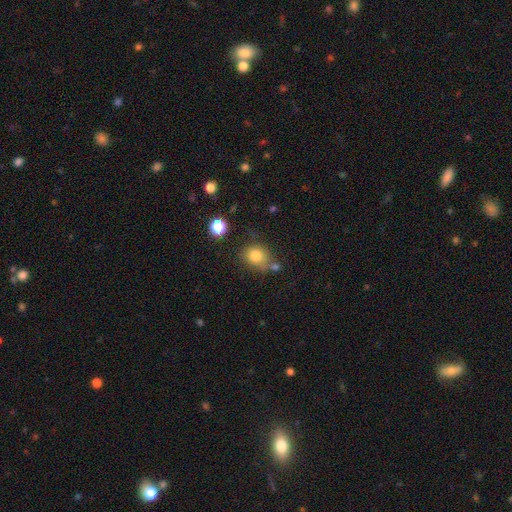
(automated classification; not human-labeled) Smooth or featured?
  - smooth: 79% *
  - star or artifact: 13%
  - featured or disk: 9%
How rounded?
  - round: 69% *
  - in between: 30%
  - cigar-shaped: 1%
Merging?
  - none: 61% *
  - minor disturbance: 18%
  - merger: 15%
  - major disturbance: 6%